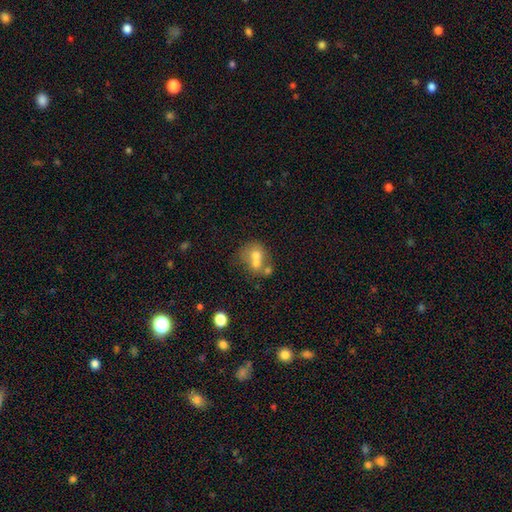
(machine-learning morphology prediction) Q: Smooth or featured?
A: smooth (60%); runner-up: featured or disk (28%)
Q: How rounded?
A: round (67%); runner-up: in between (32%)
Q: Merging?
A: merger (63%); runner-up: none (24%)